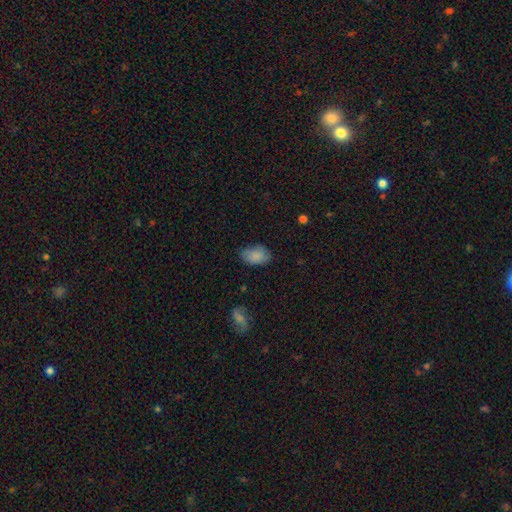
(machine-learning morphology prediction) Smooth or featured: smooth — 81% (featured or disk — 11%)
How rounded: in between — 89% (round — 10%)
Merging: none — 71% (minor disturbance — 22%)